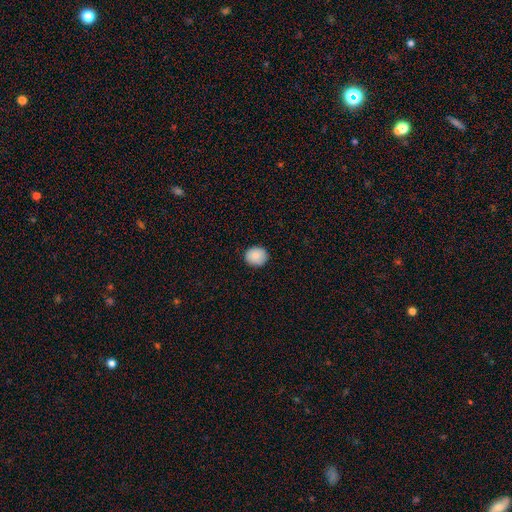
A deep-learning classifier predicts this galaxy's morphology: smooth-or-featured: smooth: 88% | star or artifact: 8% | featured or disk: 4%
  how-rounded: round: 76% | in between: 23% | cigar-shaped: 1%
  merging: none: 88% | minor disturbance: 9% | major disturbance: 2% | merger: 1%